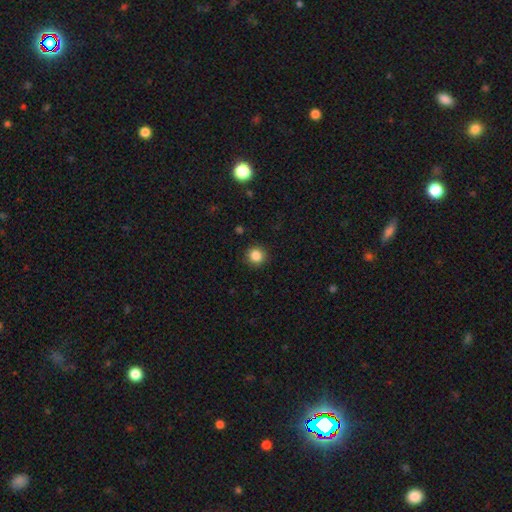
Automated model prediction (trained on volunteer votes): This is clearly a smooth galaxy (86%). How rounded: clearly round (92%). Merging: clearly none (91%).